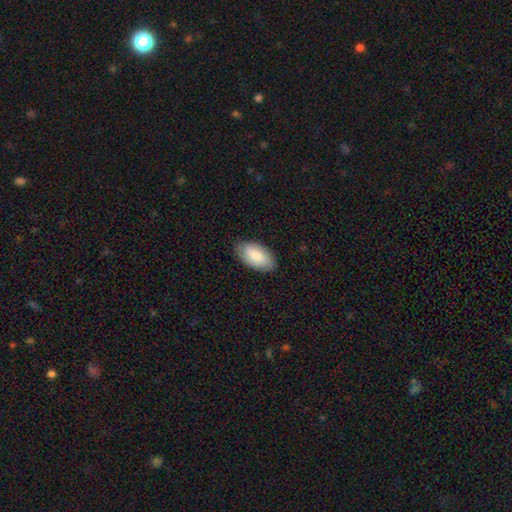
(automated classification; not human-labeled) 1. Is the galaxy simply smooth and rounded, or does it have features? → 81% smooth, 13% featured or disk, 6% star or artifact.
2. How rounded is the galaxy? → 95% in between, 3% cigar-shaped, 3% round.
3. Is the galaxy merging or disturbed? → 81% none, 15% minor disturbance, 3% major disturbance, 1% merger.